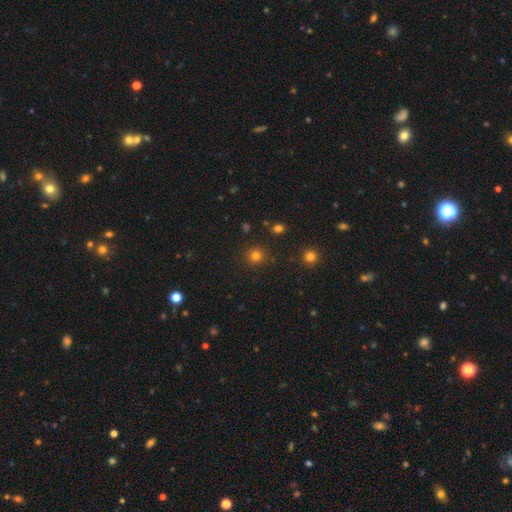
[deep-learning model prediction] Smooth or featured?
  - smooth: 80% *
  - star or artifact: 15%
  - featured or disk: 5%
How rounded?
  - round: 94% *
  - in between: 5%
  - cigar-shaped: 1%
Merging?
  - none: 90% *
  - minor disturbance: 6%
  - major disturbance: 2%
  - merger: 2%